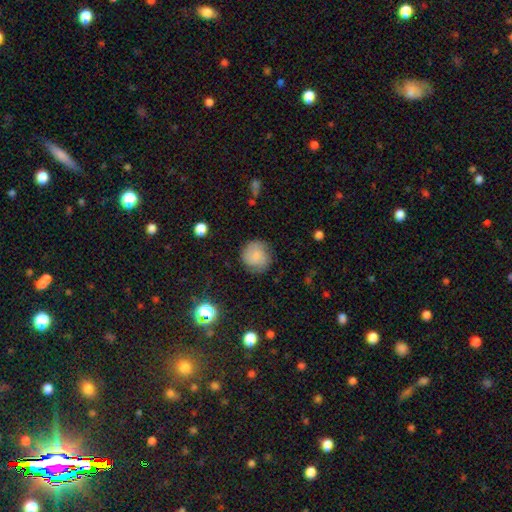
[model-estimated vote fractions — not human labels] This appears to be a smooth galaxy with no disk features (72%) that is round (90%). Merging: none (77%).